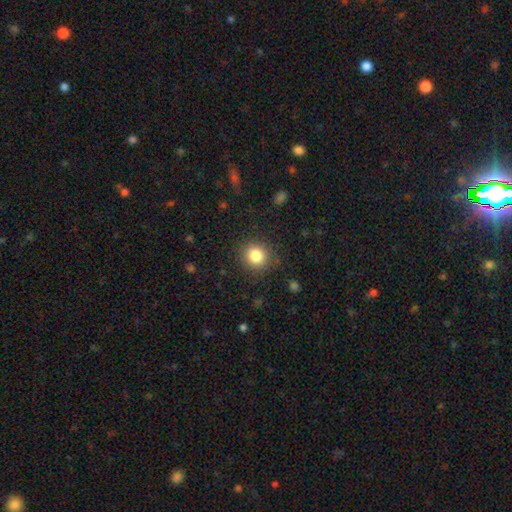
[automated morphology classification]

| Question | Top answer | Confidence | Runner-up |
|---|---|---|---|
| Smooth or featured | smooth | 83% | star or artifact (11%) |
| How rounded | round | 88% | in between (11%) |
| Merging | none | 87% | minor disturbance (9%) |